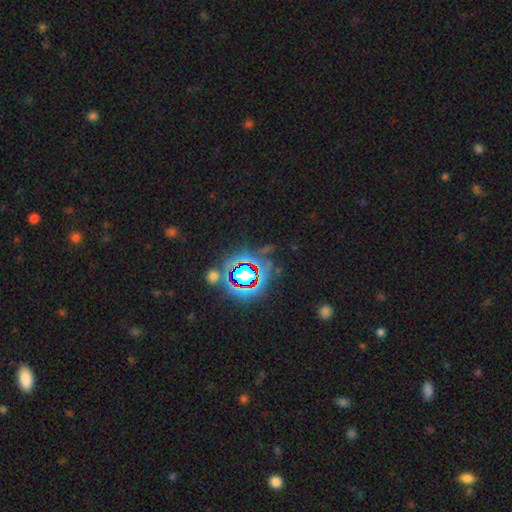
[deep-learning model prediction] Smooth or featured? Predicted: star or artifact (p=0.79).